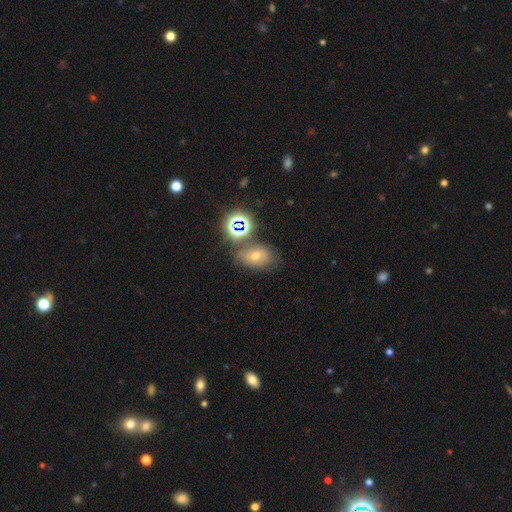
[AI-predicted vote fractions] Q: Smooth or featured?
A: smooth (38%); runner-up: star or artifact (36%)
Q: Merging?
A: none (67%); runner-up: minor disturbance (16%)